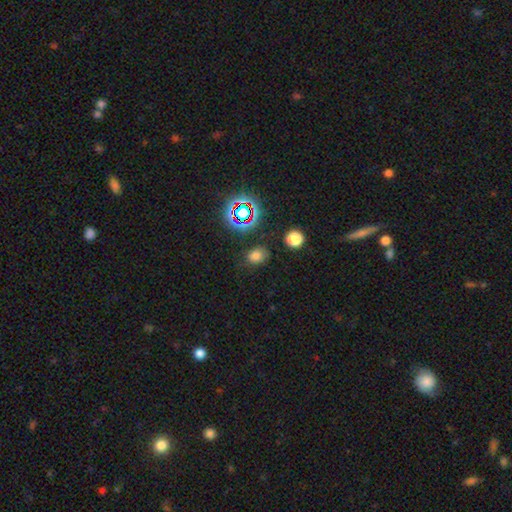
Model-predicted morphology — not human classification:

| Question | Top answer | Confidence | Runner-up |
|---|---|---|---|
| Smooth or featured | smooth | 69% | star or artifact (24%) |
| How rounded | in between | 60% | round (39%) |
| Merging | none | 76% | minor disturbance (16%) |